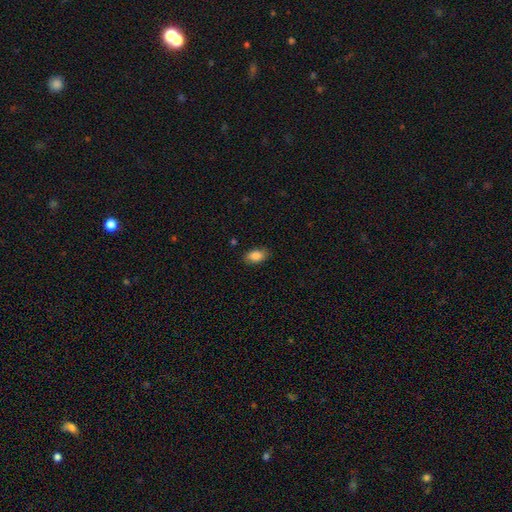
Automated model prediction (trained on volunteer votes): Q: Smooth or featured?
A: smooth (85%); runner-up: star or artifact (8%)
Q: How rounded?
A: in between (90%); runner-up: round (7%)
Q: Merging?
A: none (86%); runner-up: minor disturbance (11%)